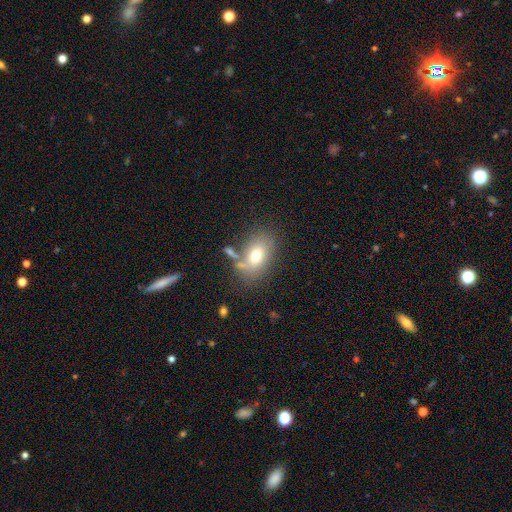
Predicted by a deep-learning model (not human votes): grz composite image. It shows a smooth galaxy with no disk features (74%) that is in between round and cigar-shaped (87%). Merging: none (62%).